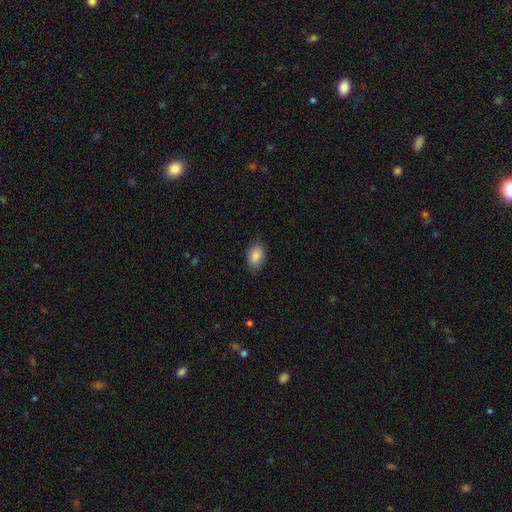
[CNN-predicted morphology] A smooth galaxy with no disk features (88%) that is in between round and cigar-shaped (86%).

Vote fractions:
- Smooth or featured? smooth: 88% / star or artifact: 7% / featured or disk: 5%
- How rounded? in between: 86% / round: 12% / cigar-shaped: 1%
- Merging? none: 83% / minor disturbance: 13% / major disturbance: 3% / merger: 1%